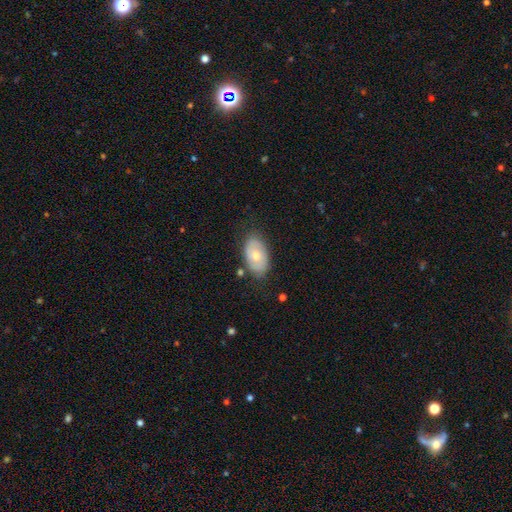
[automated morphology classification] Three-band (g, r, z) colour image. It shows a smooth galaxy with no disk features (56%) that is in between round and cigar-shaped (91%). Merging: none (75%).